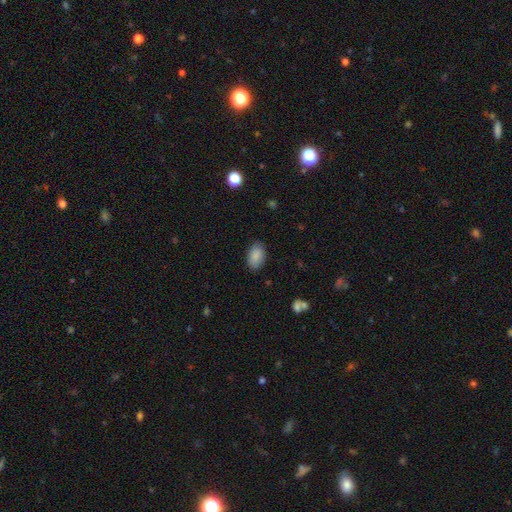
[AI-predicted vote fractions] Smooth or featured? Predicted: smooth (p=0.89). How rounded? Predicted: in between (p=0.93). Merging? Predicted: none (p=0.85).